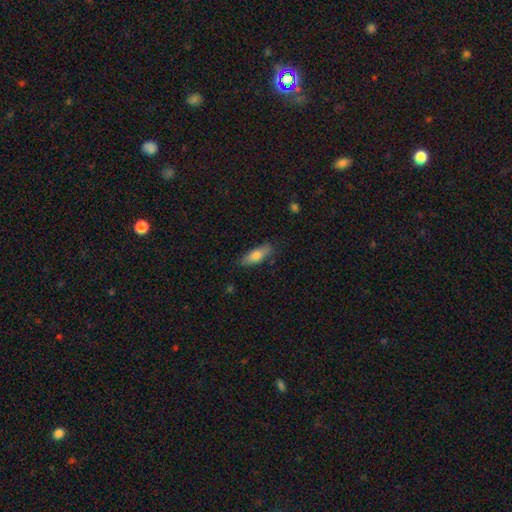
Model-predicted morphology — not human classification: Smooth or featured: smooth — 75% (featured or disk — 19%)
How rounded: in between — 58% (cigar-shaped — 40%)
Merging: none — 79% (minor disturbance — 16%)